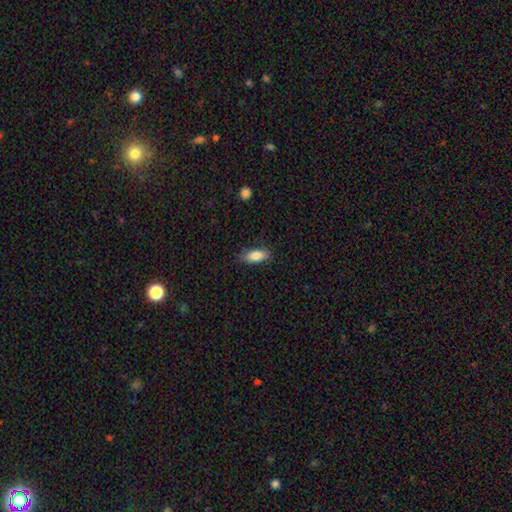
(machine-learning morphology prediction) smooth 85%, featured or disk 8%, star or artifact 7%. Down the decision tree: how rounded — in between (81%); merging — none (83%).